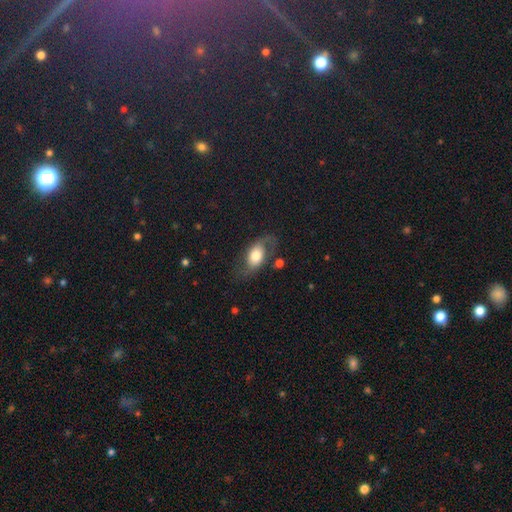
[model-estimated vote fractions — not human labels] The model was most divided on "smooth or featured": featured or disk: 47%, smooth: 45%, star or artifact: 8%. More confident: merging — none (55%).